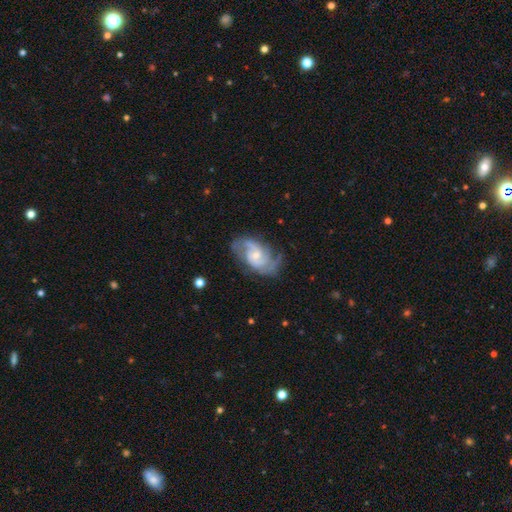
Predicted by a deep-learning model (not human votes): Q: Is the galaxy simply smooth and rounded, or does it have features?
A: featured or disk — 87%.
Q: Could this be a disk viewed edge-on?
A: no — 97%.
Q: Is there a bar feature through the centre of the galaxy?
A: no — 54%.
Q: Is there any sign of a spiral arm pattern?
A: yes — 96%.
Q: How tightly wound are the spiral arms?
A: medium — 52%.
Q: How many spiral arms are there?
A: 2 — 75%.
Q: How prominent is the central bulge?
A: small — 56%.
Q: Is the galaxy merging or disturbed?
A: none — 67%.